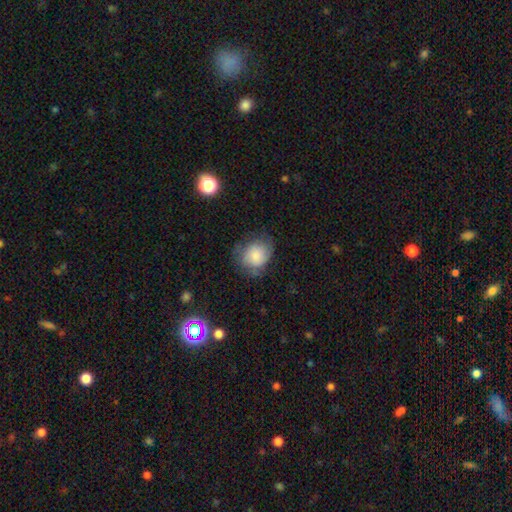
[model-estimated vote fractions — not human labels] Overall: smooth (68%). How rounded: round (64%; in between 35%). Merging: none (57%; minor disturbance 28%).